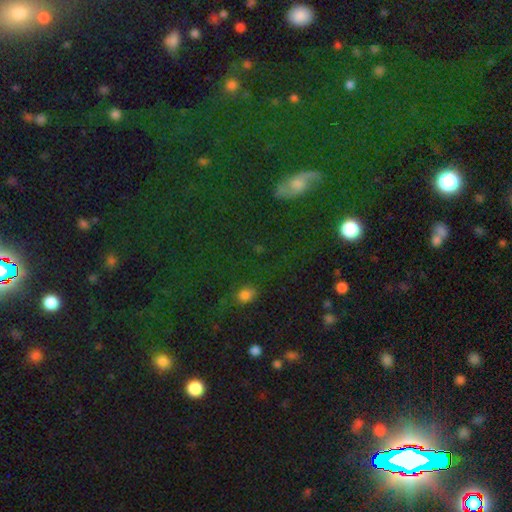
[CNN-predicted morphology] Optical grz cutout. It shows a star or artifact, not a galaxy (61%).